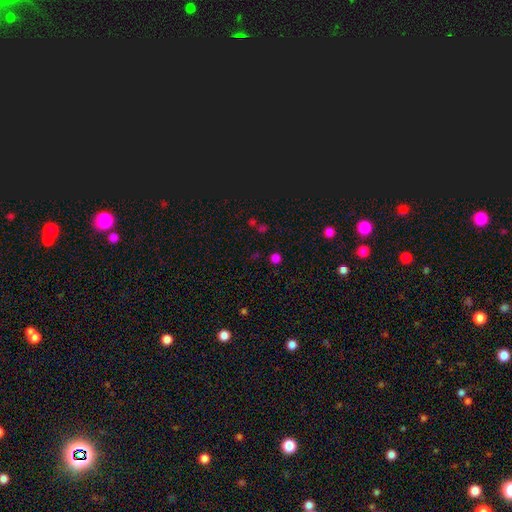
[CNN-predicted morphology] This is possibly a smooth galaxy (57%). How rounded: clearly round (88%). Merging: clearly none (82%).